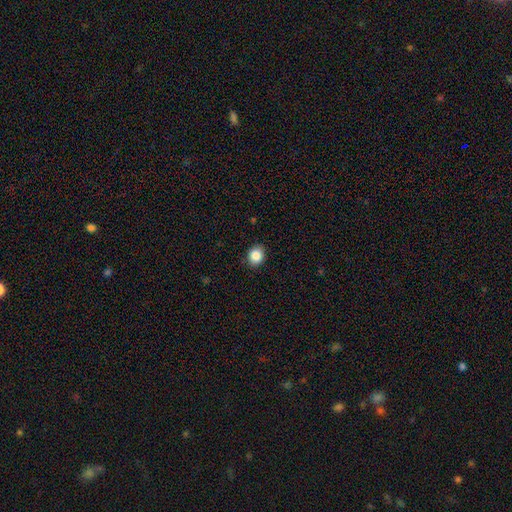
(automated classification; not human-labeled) Smooth or featured? smooth (86%)
How rounded? round (57%)
Merging? none (88%)